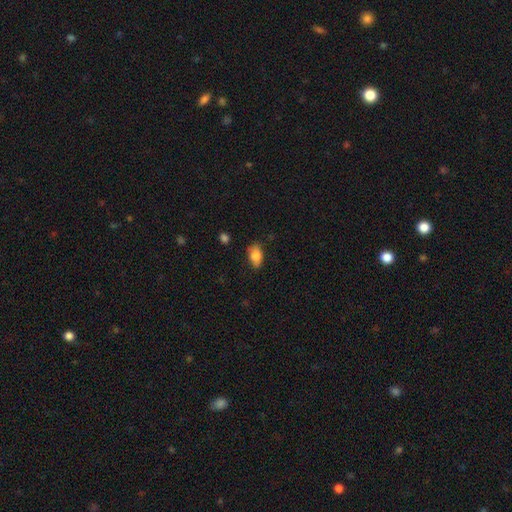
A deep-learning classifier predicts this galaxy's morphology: Smooth or featured? smooth (80%)
How rounded? in between (87%)
Merging? none (67%)